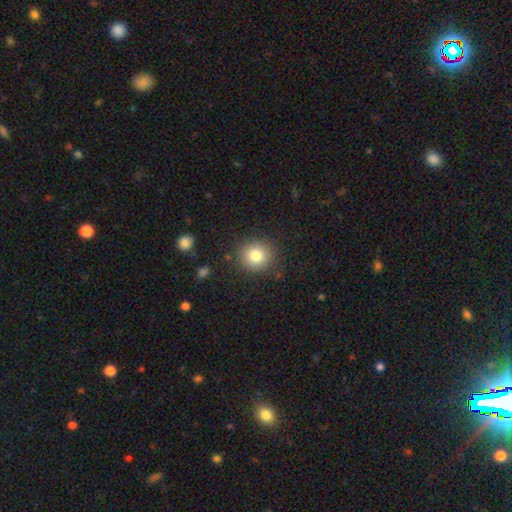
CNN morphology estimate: Overall: smooth (81%). How rounded: round (88%). Merging: none (87%).